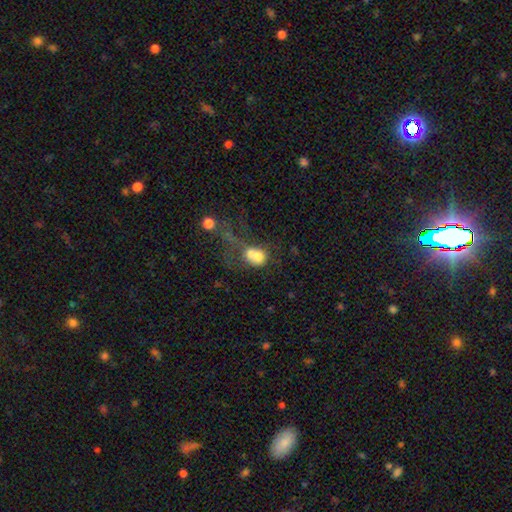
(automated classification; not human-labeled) This appears to be a smooth galaxy with no disk features (65%) that is round (60%). Merging: merger (60%).